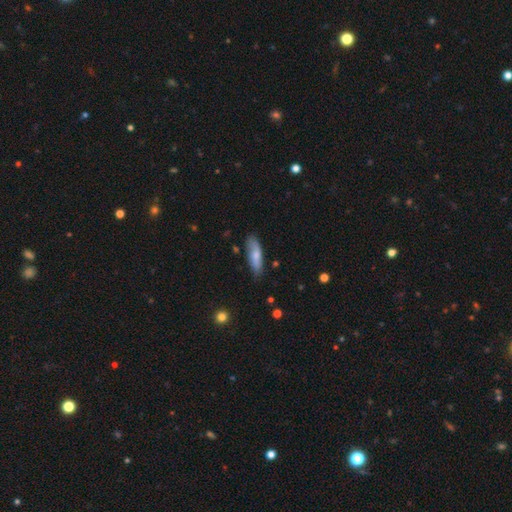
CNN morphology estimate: smooth 72%, featured or disk 22%, star or artifact 6%. Down the decision tree: how rounded — in between (51%); merging — none (73%).